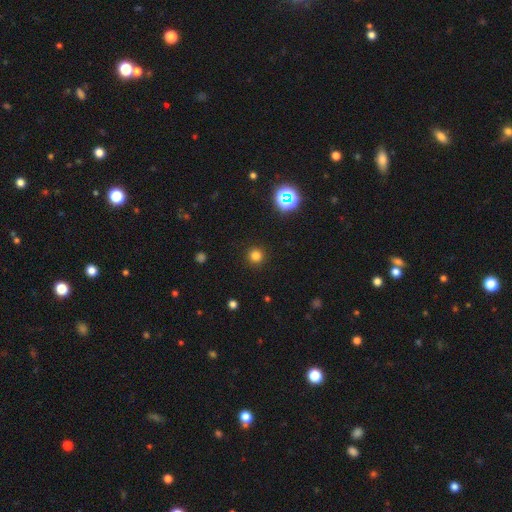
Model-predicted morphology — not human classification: The model was most divided on "smooth or featured": smooth: 78%, star or artifact: 17%, featured or disk: 5%. More confident: how rounded — round (96%); merging — none (92%).